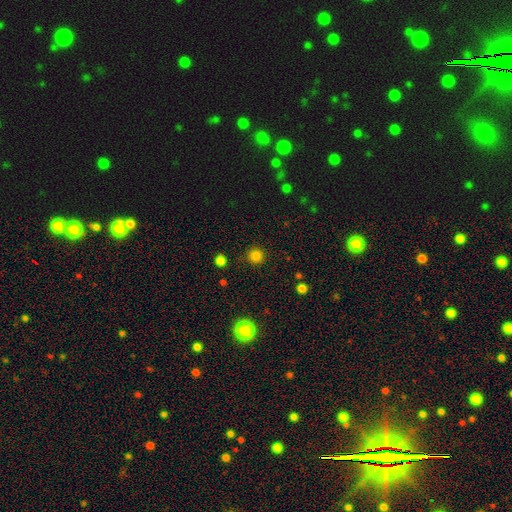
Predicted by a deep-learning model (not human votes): smooth 81%, star or artifact 15%, featured or disk 4%. Down the decision tree: how rounded — round (95%); merging — none (90%).